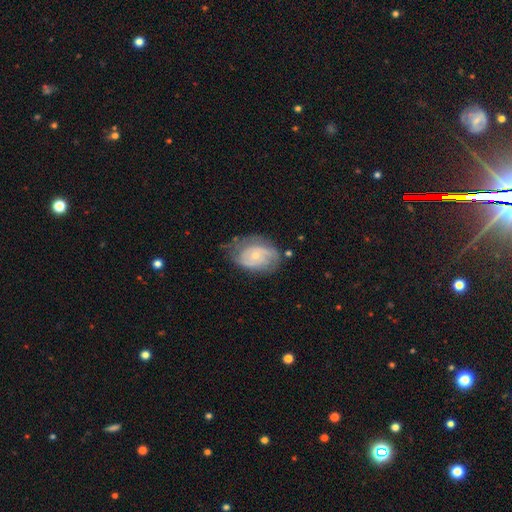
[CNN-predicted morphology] This appears to be a featured or disk galaxy (75%) with no bar (73%), 2 (42%) tight (55%) spiral arms (86%) and a small central bulge (61%). Merging: none (59%).